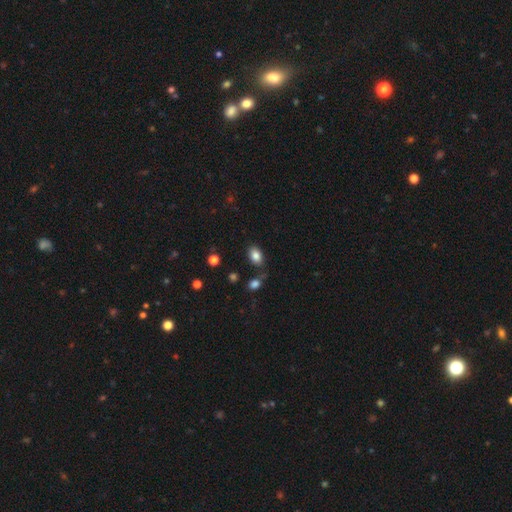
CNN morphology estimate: type=smooth (84%); roundness=in between (85%); merging=none (76%).